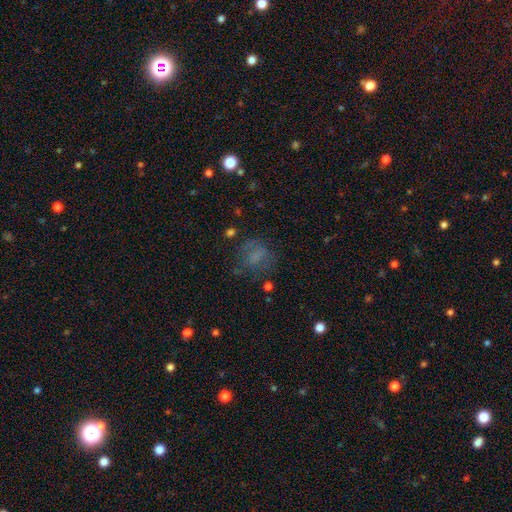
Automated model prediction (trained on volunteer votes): Morphology: type=smooth (55%); roundness=round (61%); merging=none (56%).